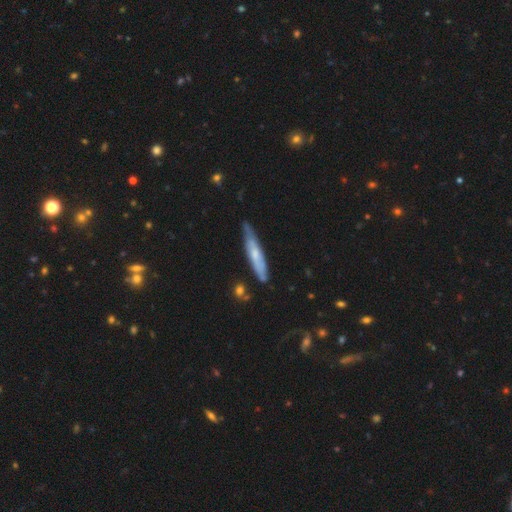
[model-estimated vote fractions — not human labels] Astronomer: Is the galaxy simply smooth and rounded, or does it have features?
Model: featured or disk — 51% (runner-up: smooth, 44%).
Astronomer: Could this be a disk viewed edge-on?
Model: yes — 70%.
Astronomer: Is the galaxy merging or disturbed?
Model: none — 69%.